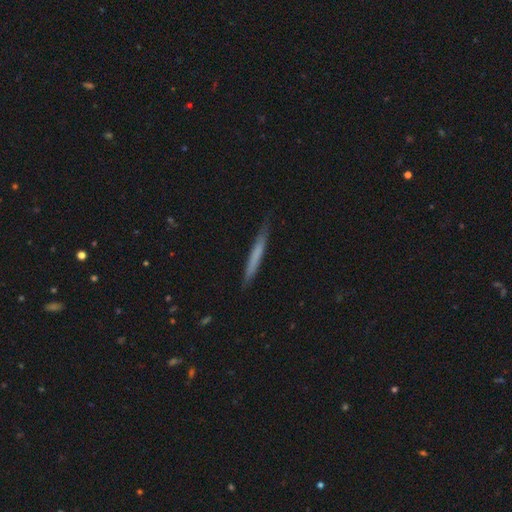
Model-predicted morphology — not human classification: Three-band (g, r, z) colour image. It shows a smooth galaxy with no disk features (60%) that is cigar-shaped (97%). Merging: none (85%).